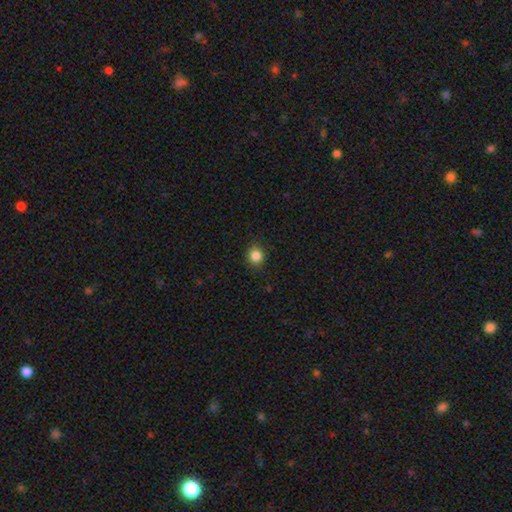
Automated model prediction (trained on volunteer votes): Smooth or featured? smooth (85%)
How rounded? round (87%)
Merging? none (90%)